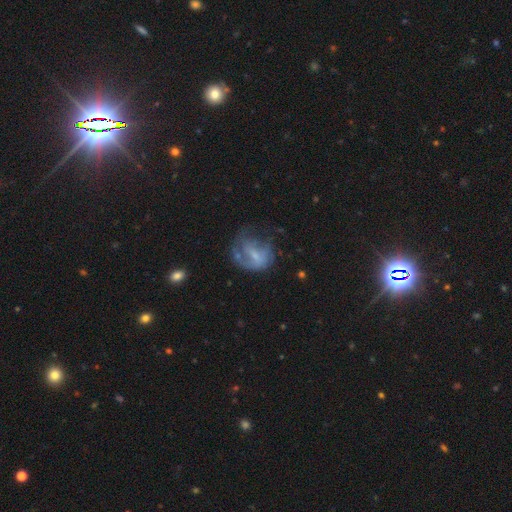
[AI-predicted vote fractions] This appears to be a featured or disk galaxy (55%) with a weak bar (43%, tied with no), spiral arms (53%) and a small central bulge (40%). Merging: major disturbance (38%).